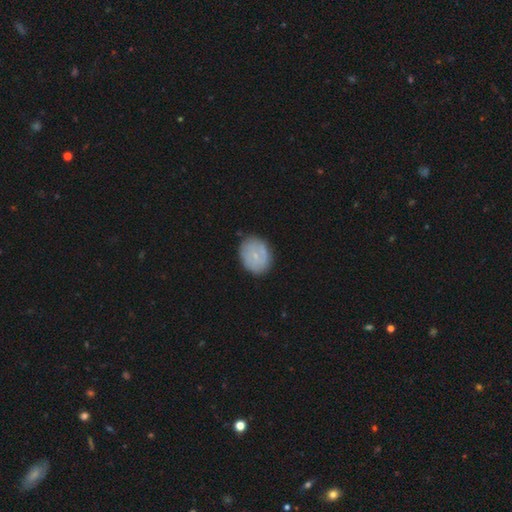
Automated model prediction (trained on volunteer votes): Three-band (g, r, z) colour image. It shows a smooth galaxy with no disk features (57%) that is round (54%). Merging: none (79%).